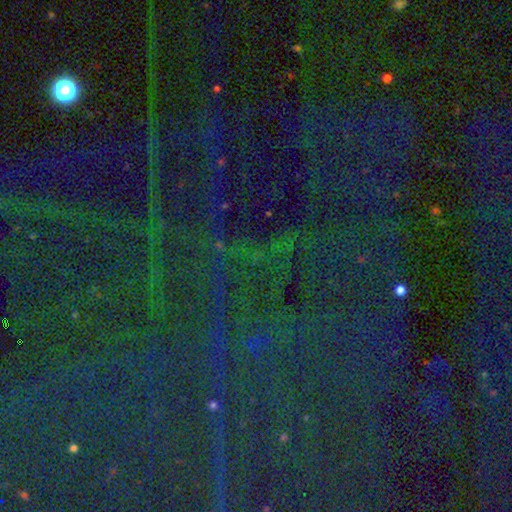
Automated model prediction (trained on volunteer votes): A star or artifact, not a galaxy (84%).

Vote fractions:
- Smooth or featured? star or artifact: 84% / smooth: 9% / featured or disk: 7%